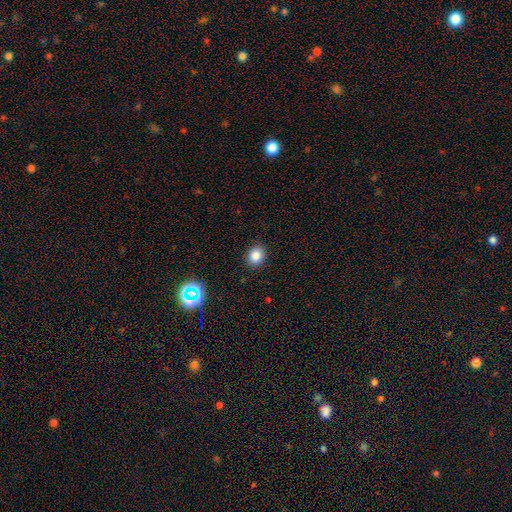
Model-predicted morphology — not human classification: A smooth galaxy with no disk features (84%) that is round (64%).

Vote fractions:
- Smooth or featured? smooth: 84% / star or artifact: 12% / featured or disk: 5%
- How rounded? round: 64% / in between: 35% / cigar-shaped: 1%
- Merging? none: 90% / minor disturbance: 7% / major disturbance: 2% / merger: 1%